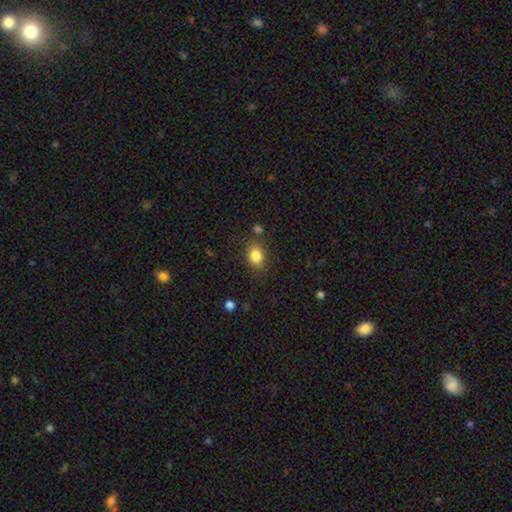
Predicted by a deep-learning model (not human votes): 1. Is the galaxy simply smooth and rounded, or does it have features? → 84% smooth, 9% star or artifact, 6% featured or disk.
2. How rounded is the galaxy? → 65% in between, 34% round, 1% cigar-shaped.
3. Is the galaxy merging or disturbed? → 78% none, 14% minor disturbance, 4% major disturbance, 4% merger.